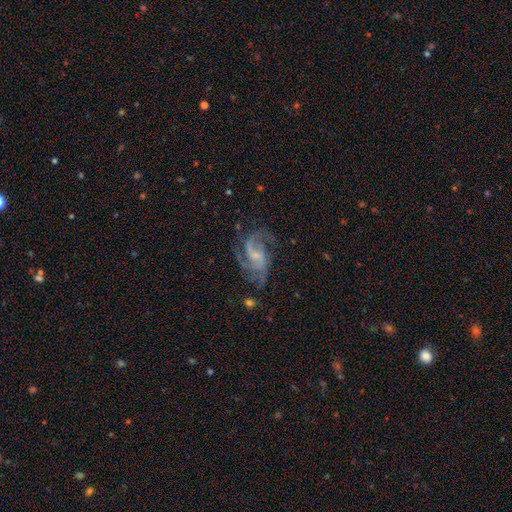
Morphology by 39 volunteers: Smooth or featured? featured or disk (100%)
Edge-on disk? no (95%)
Bar? no (57%)
Spiral arms? yes (97%)
Spiral winding? medium (58%)
Spiral arm count? 3 (44%)
Bulge size? small (65%)
Merging? none (59%)